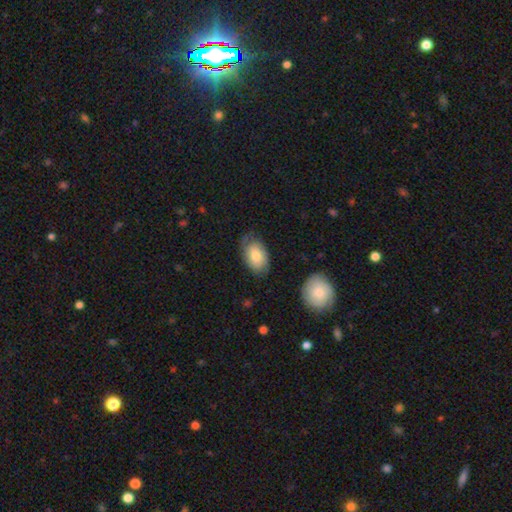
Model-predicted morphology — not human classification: smooth_or_featured: smooth (p=0.65) [alt: featured or disk p=0.29]
how_rounded: in between (p=0.90) [alt: round p=0.09]
merging: none (p=0.61) [alt: minor disturbance p=0.27]